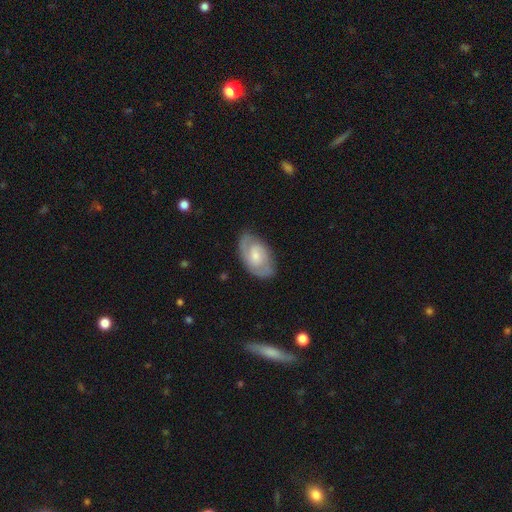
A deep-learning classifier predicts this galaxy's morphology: Smooth or featured?
  - featured or disk: 68% *
  - smooth: 27%
  - star or artifact: 5%
Edge-on disk?
  - no: 96% *
  - yes: 4%
Bar?
  - no: 53% *
  - weak: 41%
  - strong: 6%
Spiral arms?
  - yes: 89% *
  - no: 11%
Spiral winding?
  - tight: 46% *
  - medium: 42%
  - loose: 12%
Spiral arm count?
  - 2: 71% *
  - can't tell: 16%
  - 1: 6%
  - 3: 4%
  - 4: 1%
  - more than 4: 1%
Bulge size?
  - small: 43% * (tied)
  - moderate: 43% * (tied)
  - none: 6%
  - large: 6%
  - dominant: 1%
Merging?
  - none: 78% *
  - minor disturbance: 17%
  - major disturbance: 4%
  - merger: 1%